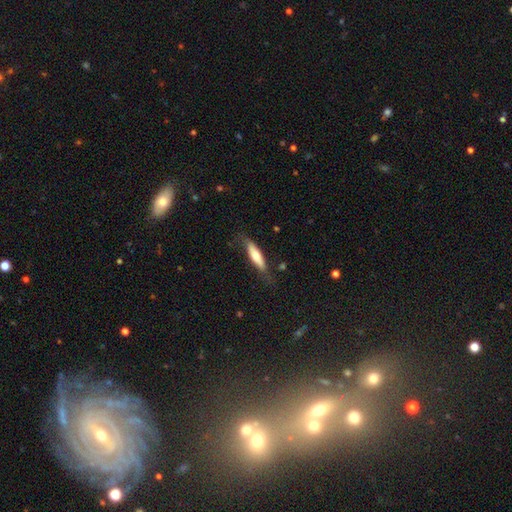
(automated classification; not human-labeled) This appears to be a smooth galaxy with no disk features (62%) that is cigar-shaped (65%). Merging: none (72%).